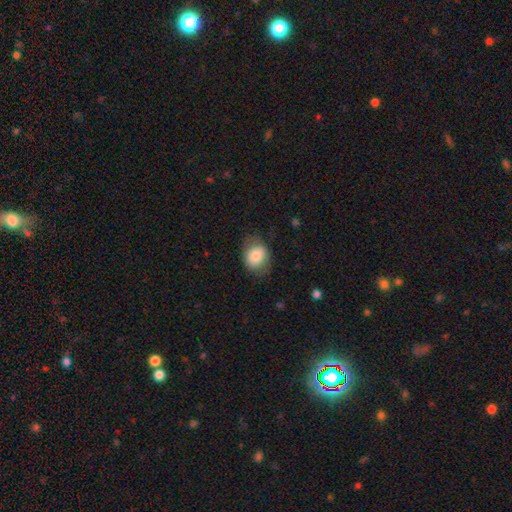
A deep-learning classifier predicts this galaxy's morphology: smooth-or-featured: smooth: 80% | featured or disk: 13% | star or artifact: 7%
  how-rounded: in between: 56% | round: 43% | cigar-shaped: 1%
  merging: none: 68% | minor disturbance: 22% | major disturbance: 9% | merger: 1%